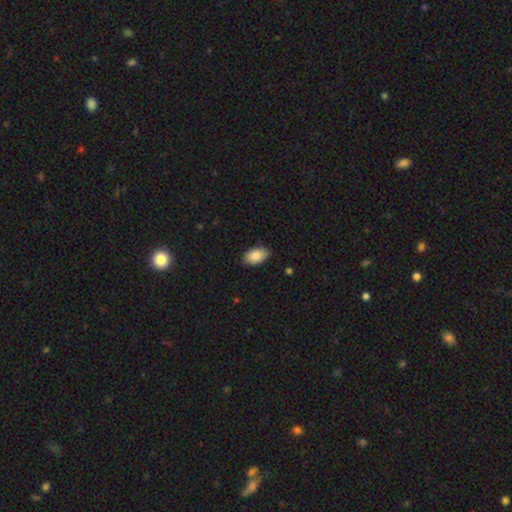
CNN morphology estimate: smooth 88%, star or artifact 7%, featured or disk 5%. Down the decision tree: how rounded — in between (92%); merging — none (82%).